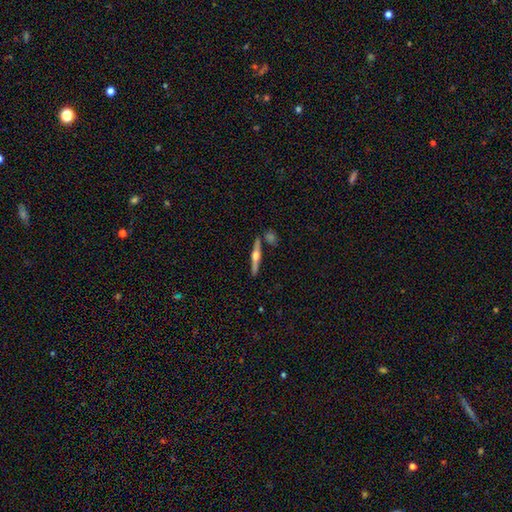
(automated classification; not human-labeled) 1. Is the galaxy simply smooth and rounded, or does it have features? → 72% featured or disk, 22% smooth, 6% star or artifact.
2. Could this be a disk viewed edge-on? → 98% yes, 2% no.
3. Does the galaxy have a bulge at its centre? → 95% rounded, 3% boxy, 2% none.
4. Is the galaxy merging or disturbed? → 83% none, 8% minor disturbance, 7% merger, 2% major disturbance.